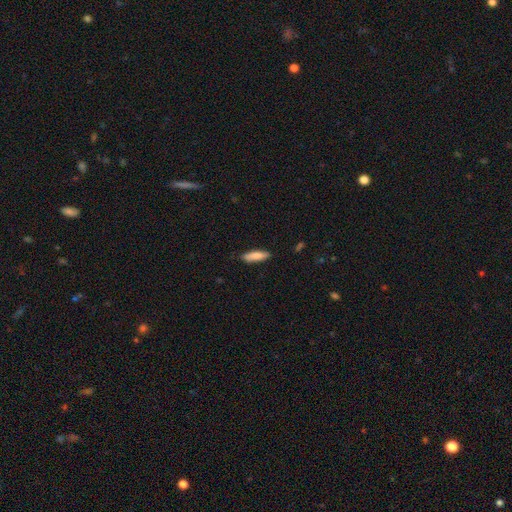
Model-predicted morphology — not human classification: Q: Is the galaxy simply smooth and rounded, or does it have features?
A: smooth — 84%.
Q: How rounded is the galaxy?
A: cigar-shaped — 67%.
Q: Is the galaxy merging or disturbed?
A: none — 87%.